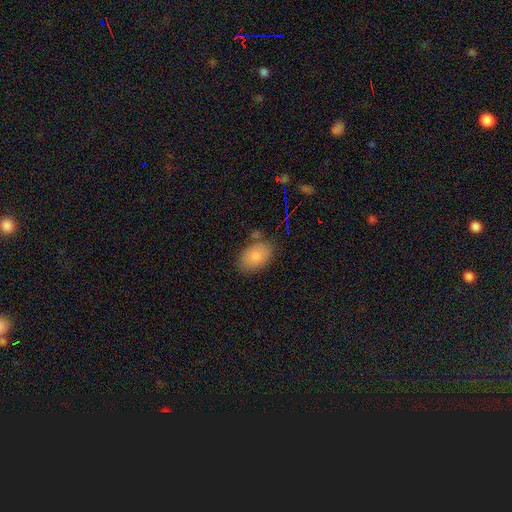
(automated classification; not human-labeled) A smooth galaxy with no disk features (85%) that is in between round and cigar-shaped (87%). Merging: none (74%).